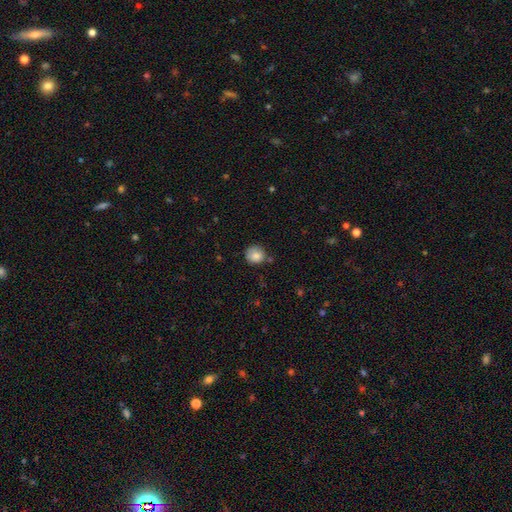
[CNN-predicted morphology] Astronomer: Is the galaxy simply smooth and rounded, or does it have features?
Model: smooth — 83%.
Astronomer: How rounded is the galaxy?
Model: round — 88%.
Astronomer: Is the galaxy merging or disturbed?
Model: none — 71%.